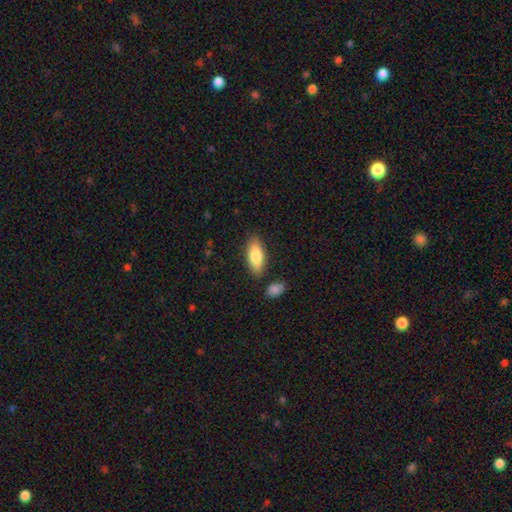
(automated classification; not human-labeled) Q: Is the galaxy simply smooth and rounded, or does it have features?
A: smooth — 81%.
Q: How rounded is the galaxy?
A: in between — 79%.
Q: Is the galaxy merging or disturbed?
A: none — 83%.